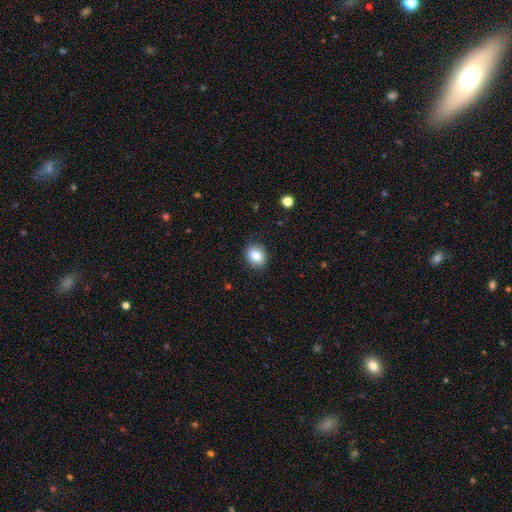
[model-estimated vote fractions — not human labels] This appears to be a smooth galaxy with no disk features (84%) that is in between round and cigar-shaped (50%). Merging: none (87%).